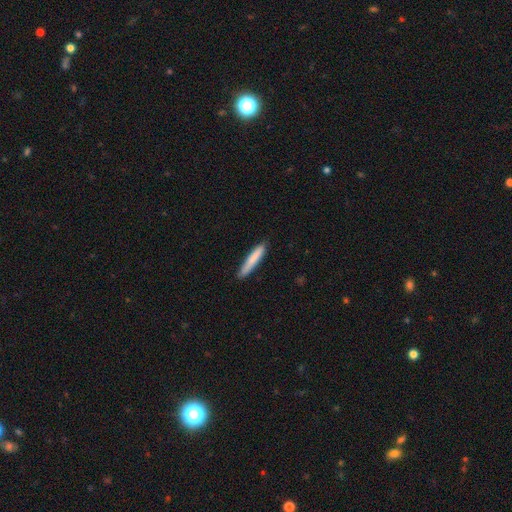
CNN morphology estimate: This is likely a smooth galaxy (79%). How rounded: clearly cigar-shaped (94%). Merging: clearly none (89%).